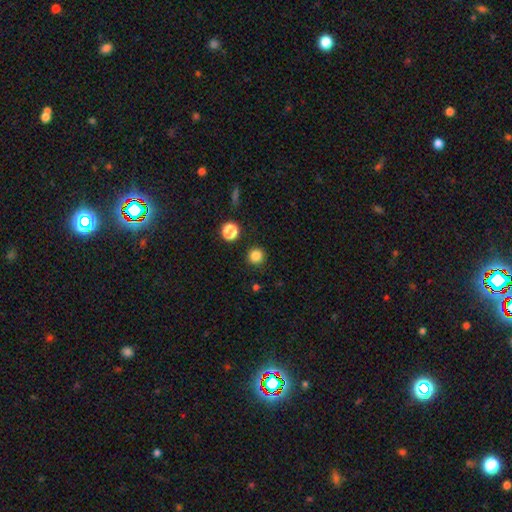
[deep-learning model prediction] Morphology: type=smooth (85%); roundness=round (94%); merging=none (91%).